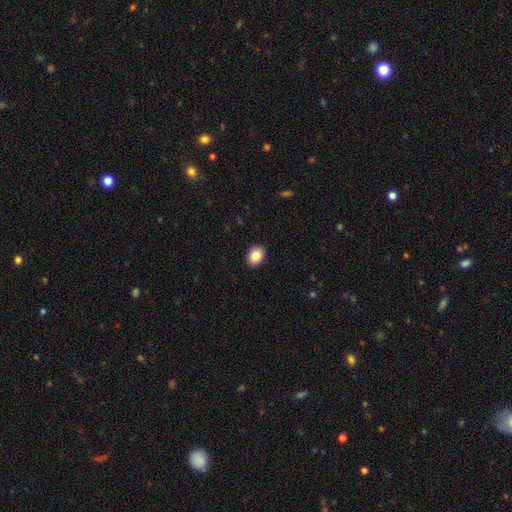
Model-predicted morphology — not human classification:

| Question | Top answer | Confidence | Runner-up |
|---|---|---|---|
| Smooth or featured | smooth | 86% | star or artifact (8%) |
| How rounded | in between | 67% | round (32%) |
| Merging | none | 91% | minor disturbance (6%) |